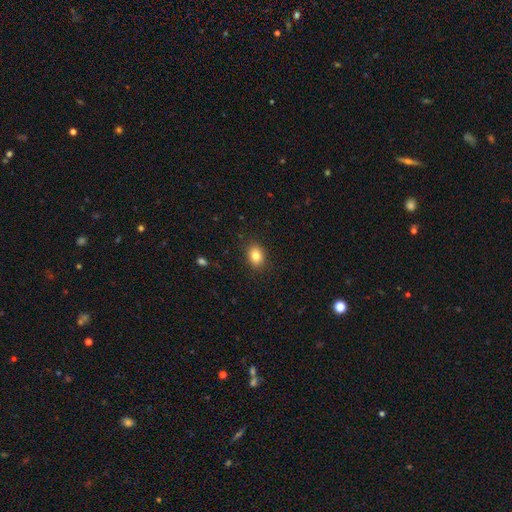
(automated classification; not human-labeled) Q: Smooth or featured?
A: smooth (82%); runner-up: star or artifact (10%)
Q: How rounded?
A: in between (62%); runner-up: round (37%)
Q: Merging?
A: none (88%); runner-up: minor disturbance (9%)